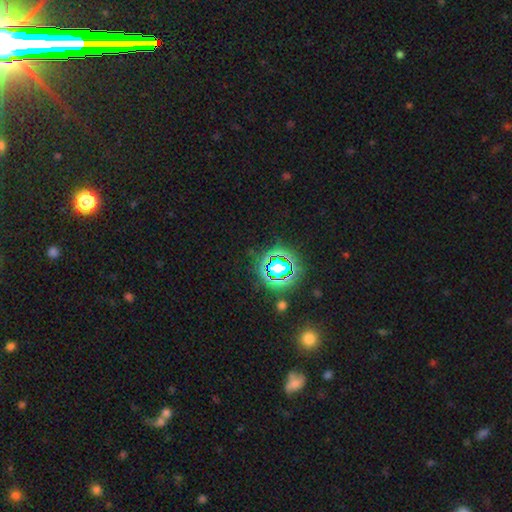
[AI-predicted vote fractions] Smooth or featured?
  - star or artifact: 77% *
  - smooth: 15%
  - featured or disk: 8%